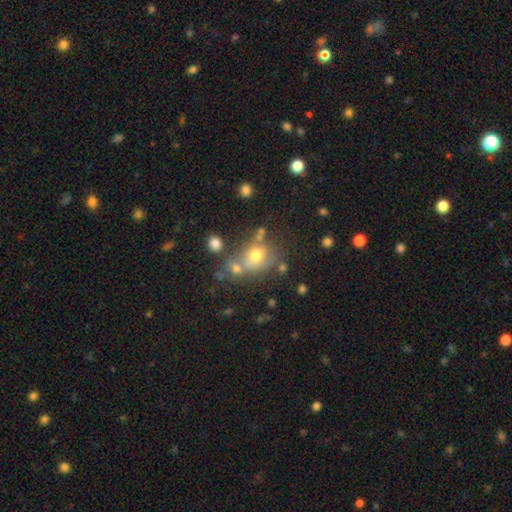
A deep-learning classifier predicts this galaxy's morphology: A smooth galaxy with no disk features (63%) that is round (60%). Merging: none (50%).